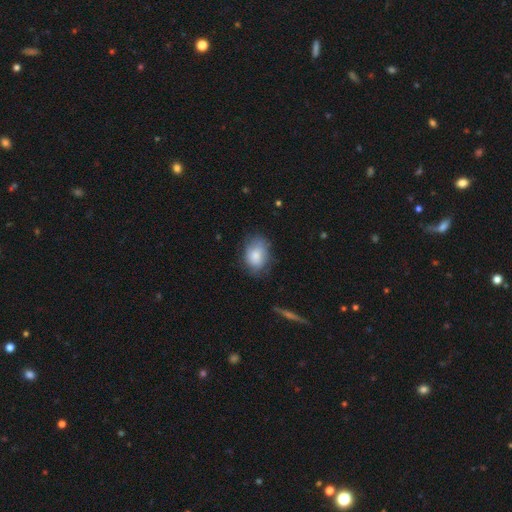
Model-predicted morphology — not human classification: Q: Smooth or featured?
A: smooth (77%); runner-up: featured or disk (16%)
Q: How rounded?
A: in between (71%); runner-up: round (28%)
Q: Merging?
A: none (64%); runner-up: minor disturbance (26%)